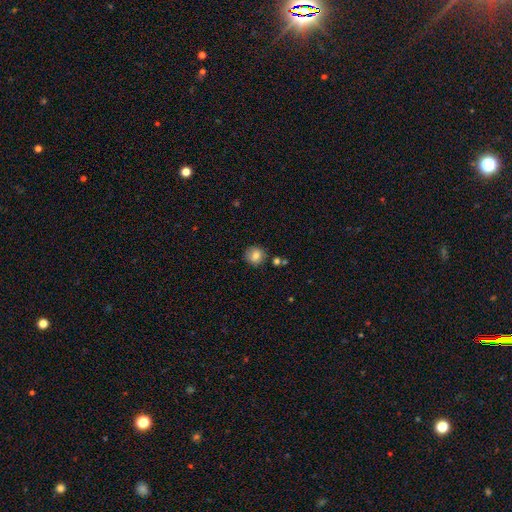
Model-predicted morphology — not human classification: Smooth or featured: smooth — 82% (star or artifact — 10%)
How rounded: round — 90% (in between — 9%)
Merging: none — 83% (minor disturbance — 11%)